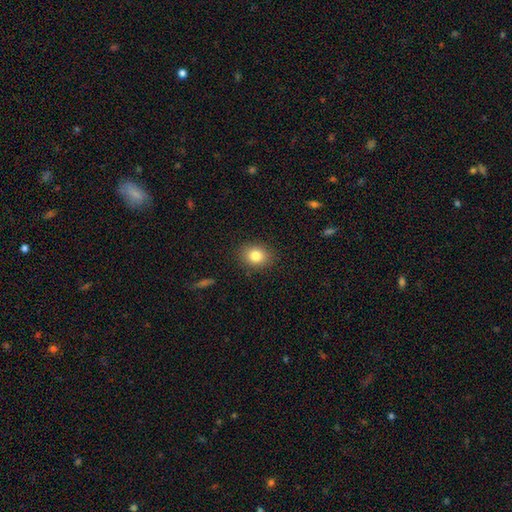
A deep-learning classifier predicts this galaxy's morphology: smooth 83%, star or artifact 10%, featured or disk 7%. Down the decision tree: how rounded — round (54%); merging — none (88%).